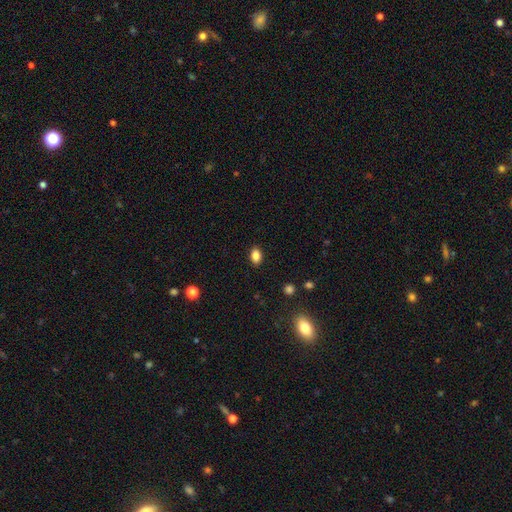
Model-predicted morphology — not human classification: Smooth or featured? Predicted: smooth (p=0.86). How rounded? Predicted: in between (p=0.84). Merging? Predicted: none (p=0.88).